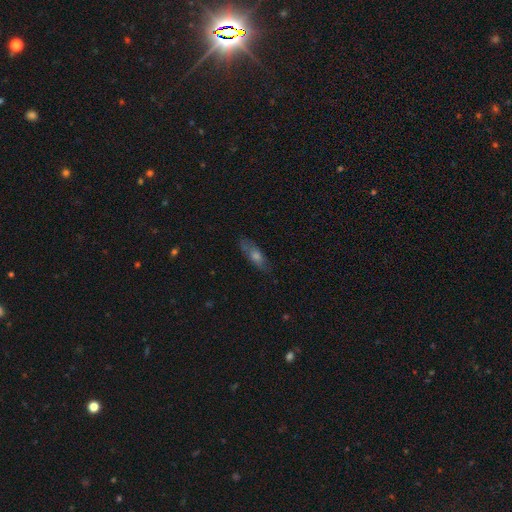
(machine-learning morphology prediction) Smooth or featured: smooth — 48% (featured or disk — 39%)
Merging: none — 78% (minor disturbance — 16%)